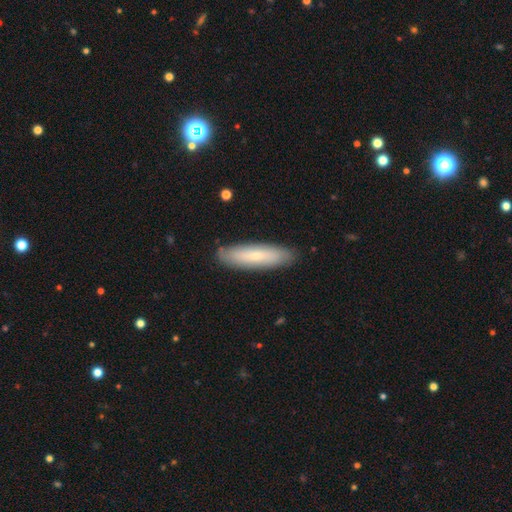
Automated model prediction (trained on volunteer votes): smooth-or-featured: smooth: 64% | featured or disk: 29% | star or artifact: 6%
  how-rounded: cigar-shaped: 70% | in between: 29% | round: 2%
  merging: none: 87% | minor disturbance: 10% | major disturbance: 2% | merger: 1%